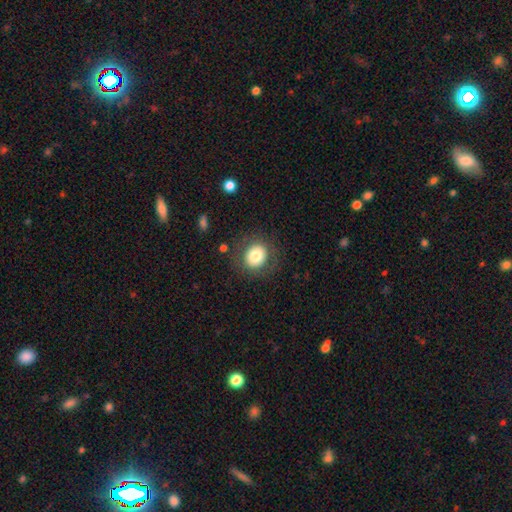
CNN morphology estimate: smooth_or_featured: smooth (p=0.77) [alt: featured or disk p=0.14]
how_rounded: round (p=0.79) [alt: in between p=0.21]
merging: none (p=0.83) [alt: minor disturbance p=0.10]